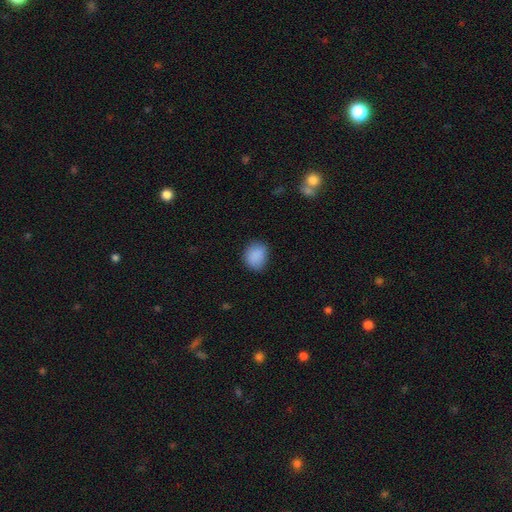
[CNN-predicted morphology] The model was most divided on "how rounded": round: 53%, in between: 46%, cigar-shaped: 1%. More confident: smooth or featured — smooth (88%); merging — none (76%).